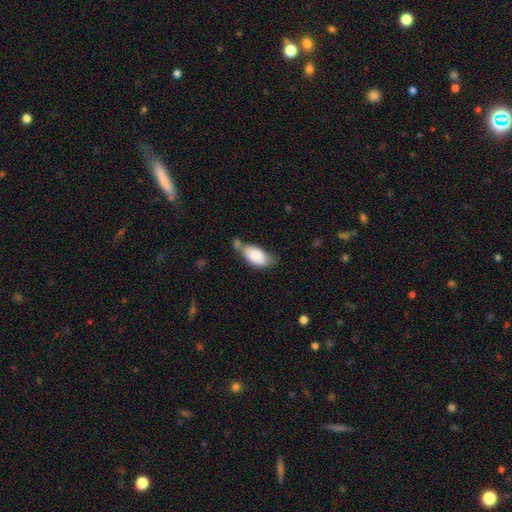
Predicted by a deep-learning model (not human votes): A smooth galaxy with no disk features (82%) that is in between round and cigar-shaped (92%).

Vote fractions:
- Smooth or featured? smooth: 82% / featured or disk: 11% / star or artifact: 7%
- How rounded? in between: 92% / cigar-shaped: 5% / round: 3%
- Merging? none: 37% / minor disturbance: 28% / merger: 24% / major disturbance: 10%